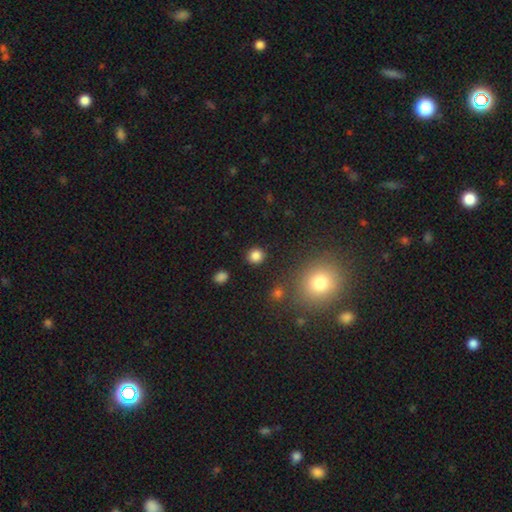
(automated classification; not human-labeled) A smooth galaxy with no disk features (84%) that is round (90%).

Vote fractions:
- Smooth or featured? smooth: 84% / star or artifact: 12% / featured or disk: 4%
- How rounded? round: 90% / in between: 9% / cigar-shaped: 1%
- Merging? none: 90% / minor disturbance: 6% / major disturbance: 2% / merger: 2%